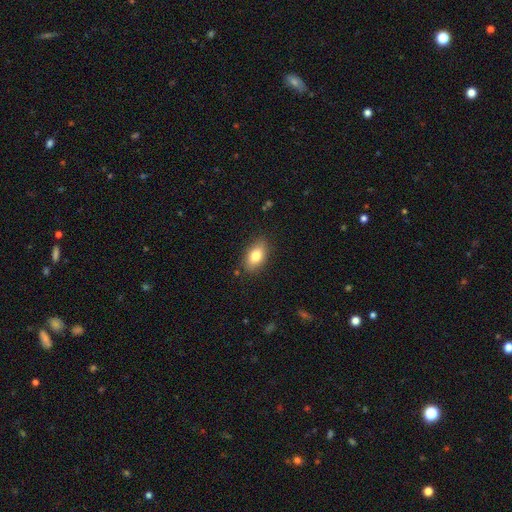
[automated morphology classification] type=smooth (80%); roundness=in between (88%); merging=none (85%).